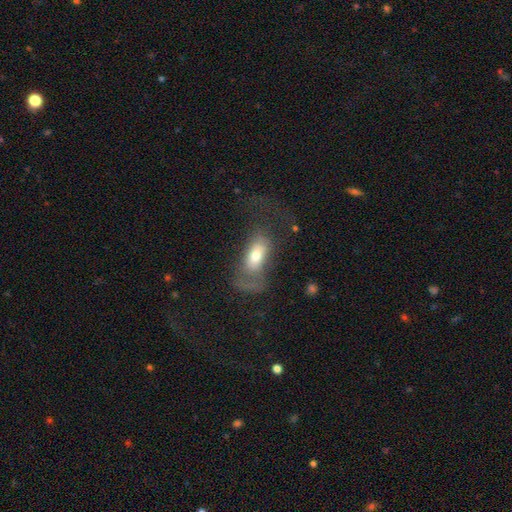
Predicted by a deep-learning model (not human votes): Morphology: type=smooth (61%); roundness=in between (86%); merging=major disturbance (50%).